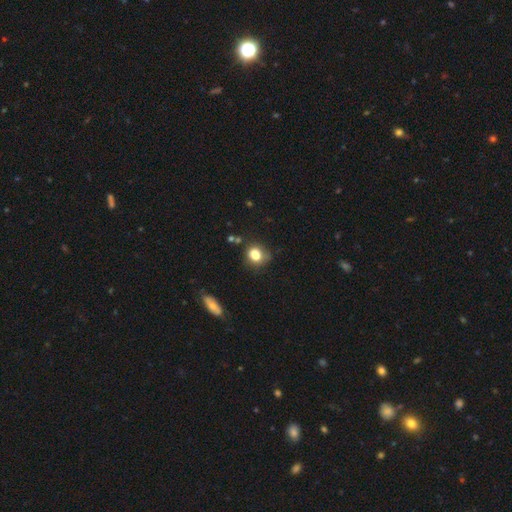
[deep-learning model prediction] smooth-or-featured: smooth: 80% | star or artifact: 11% | featured or disk: 9%
  how-rounded: round: 62% | in between: 36% | cigar-shaped: 1%
  merging: none: 64% | minor disturbance: 25% | major disturbance: 7% | merger: 5%